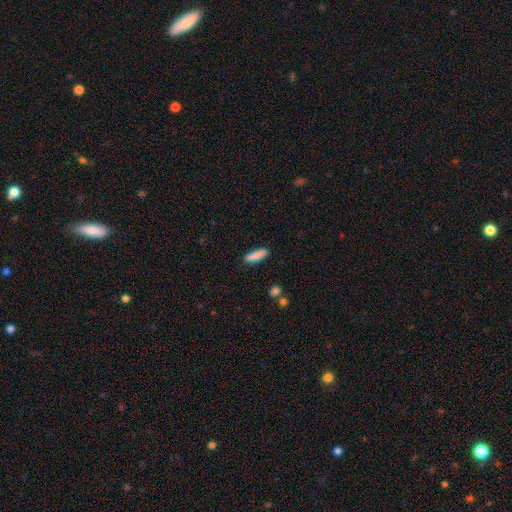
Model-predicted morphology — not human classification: Smooth or featured?
  - smooth: 87% *
  - star or artifact: 7%
  - featured or disk: 6%
How rounded?
  - cigar-shaped: 57% *
  - in between: 41%
  - round: 2%
Merging?
  - none: 85% *
  - minor disturbance: 11%
  - major disturbance: 2%
  - merger: 2%